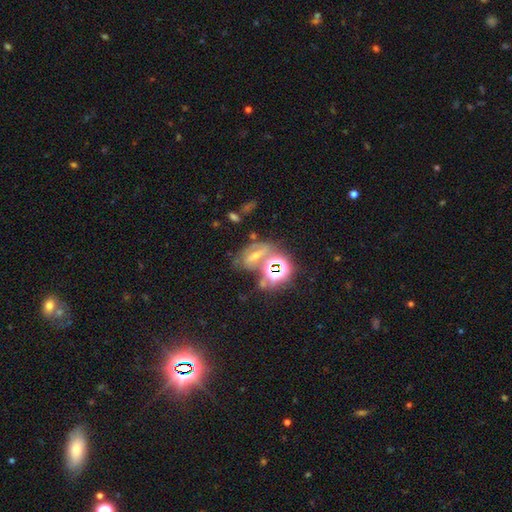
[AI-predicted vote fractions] Overall: star or artifact (56%; featured or disk 26%).